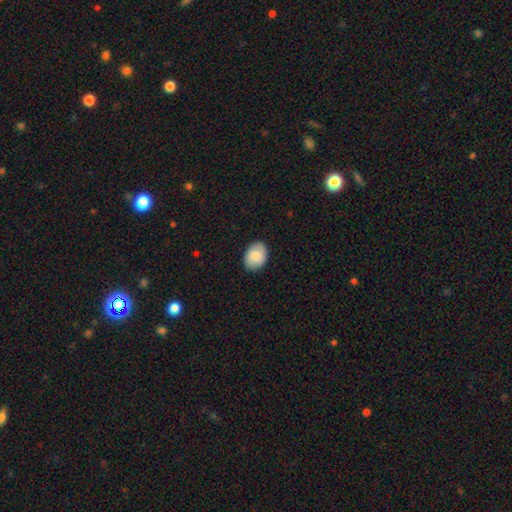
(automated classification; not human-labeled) smooth_or_featured: smooth (p=0.84) [alt: featured or disk p=0.09]
how_rounded: in between (p=0.73) [alt: round p=0.26]
merging: none (p=0.88) [alt: minor disturbance p=0.10]